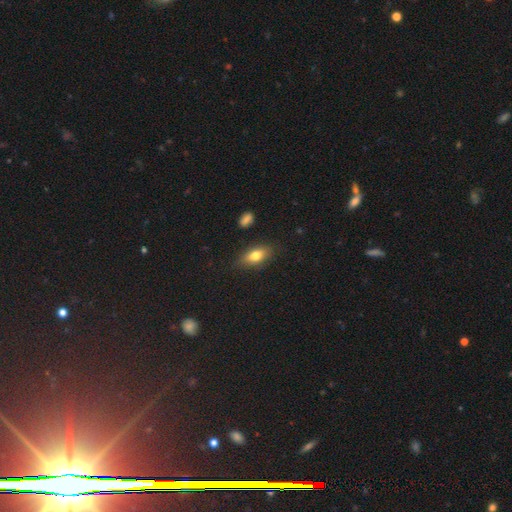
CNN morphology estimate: Overall: smooth (75%). How rounded: in between (82%). Merging: none (82%).